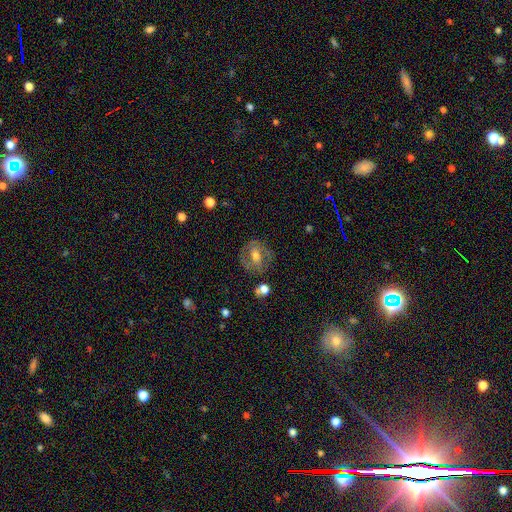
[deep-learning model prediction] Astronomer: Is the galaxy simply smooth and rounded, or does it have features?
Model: featured or disk — 56% (runner-up: smooth, 36%).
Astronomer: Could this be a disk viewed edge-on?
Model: no — 94%.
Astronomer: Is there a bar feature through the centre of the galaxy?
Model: no — 39% (runner-up: weak, 37%).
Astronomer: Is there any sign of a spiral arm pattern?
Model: no — 52% (runner-up: yes, 48%).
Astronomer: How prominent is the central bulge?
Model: moderate — 68%.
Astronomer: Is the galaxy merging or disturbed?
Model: none — 74%.